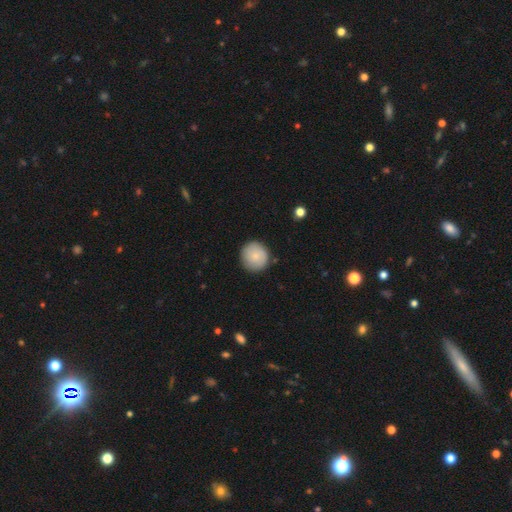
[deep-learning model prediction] A smooth galaxy with no disk features (83%) that is round (93%).

Vote fractions:
- Smooth or featured? smooth: 83% / featured or disk: 11% / star or artifact: 6%
- How rounded? round: 93% / in between: 6% / cigar-shaped: 1%
- Merging? none: 87% / minor disturbance: 10% / major disturbance: 2% / merger: 1%